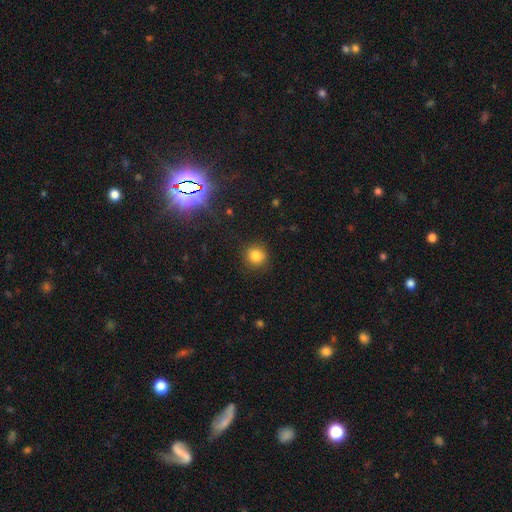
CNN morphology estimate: smooth_or_featured: smooth (p=0.81) [alt: star or artifact p=0.13]
how_rounded: round (p=0.89) [alt: in between p=0.10]
merging: none (p=0.88) [alt: minor disturbance p=0.08]